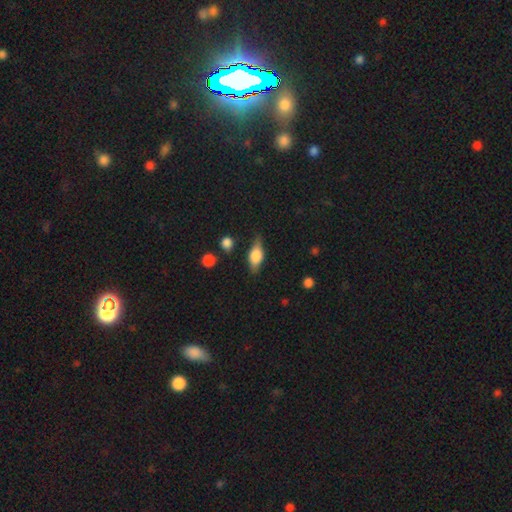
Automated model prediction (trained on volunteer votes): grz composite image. It shows a smooth galaxy with no disk features (59%) that is in between round and cigar-shaped (76%). Merging: none (75%).